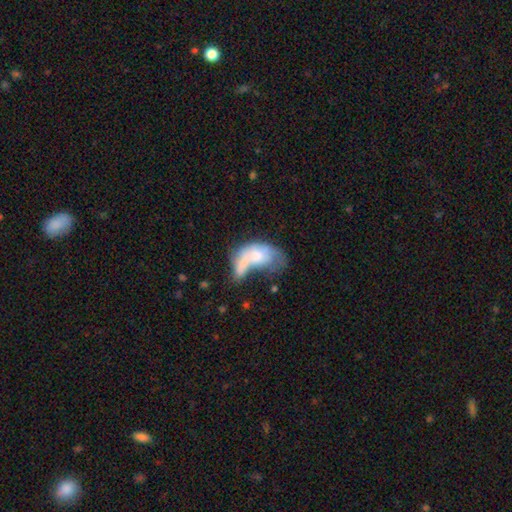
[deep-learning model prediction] Q: Smooth or featured?
A: smooth (54%); runner-up: featured or disk (38%)
Q: How rounded?
A: in between (85%); runner-up: round (10%)
Q: Merging?
A: merger (50%); runner-up: major disturbance (26%)